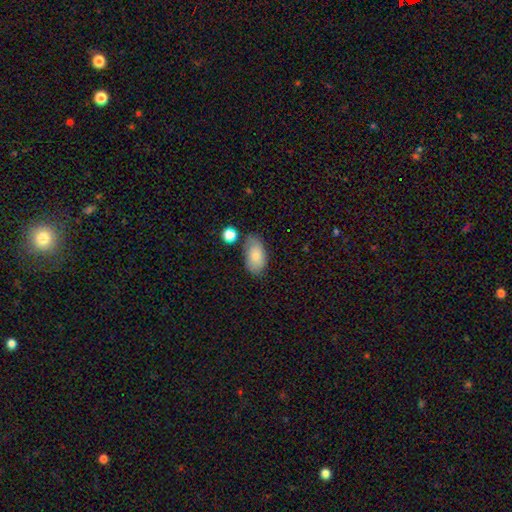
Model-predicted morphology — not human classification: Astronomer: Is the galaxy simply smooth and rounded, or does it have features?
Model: smooth — 80%.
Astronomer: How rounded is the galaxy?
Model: in between — 93%.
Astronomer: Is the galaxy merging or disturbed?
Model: none — 68%.